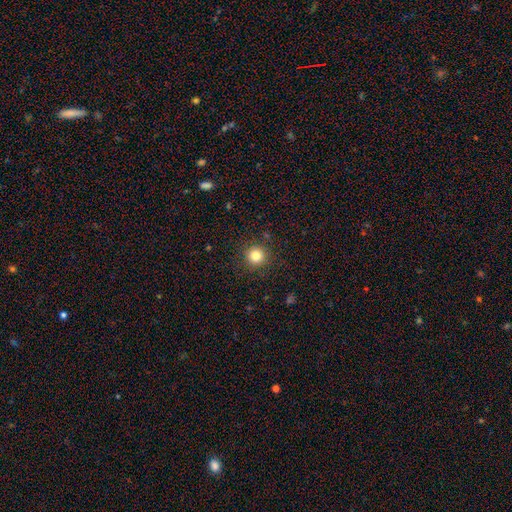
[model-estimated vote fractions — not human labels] This is clearly a smooth galaxy (81%). How rounded: clearly round (95%). Merging: clearly none (90%).